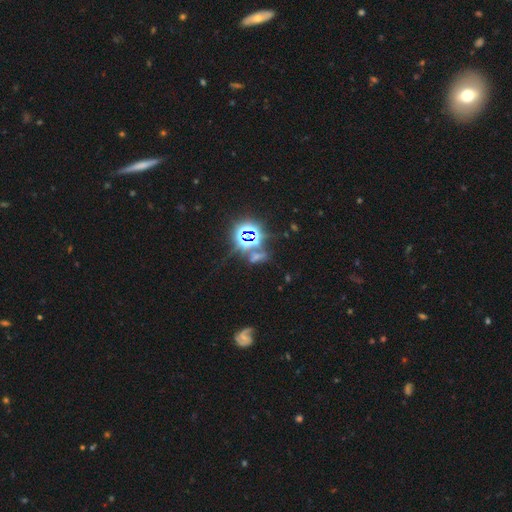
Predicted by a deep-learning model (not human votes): Smooth or featured? star or artifact (72%)